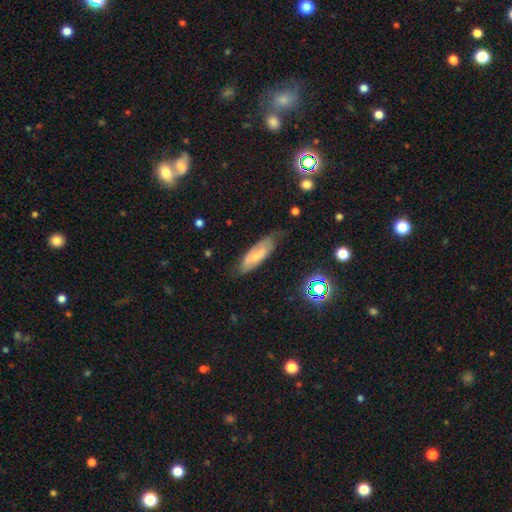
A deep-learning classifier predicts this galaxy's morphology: smooth-or-featured: smooth: 51% | featured or disk: 41% | star or artifact: 8%
  how-rounded: in between: 62% | cigar-shaped: 36% | round: 2%
  merging: none: 58% | minor disturbance: 30% | major disturbance: 10% | merger: 2%